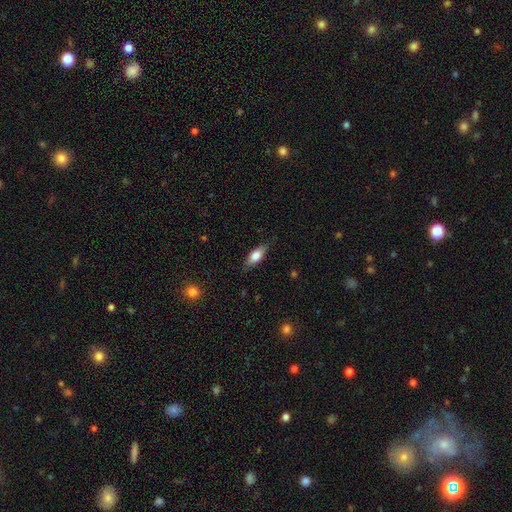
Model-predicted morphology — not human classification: Smooth or featured?
  - smooth: 75% *
  - featured or disk: 19%
  - star or artifact: 6%
How rounded?
  - in between: 76% *
  - cigar-shaped: 21%
  - round: 3%
Merging?
  - none: 81% *
  - minor disturbance: 15%
  - major disturbance: 3%
  - merger: 1%